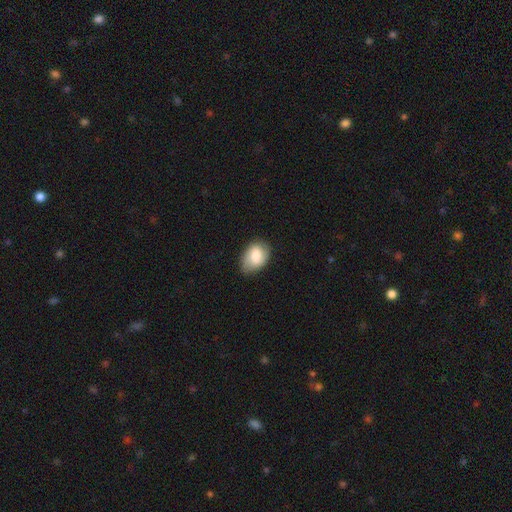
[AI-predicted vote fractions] Q: Smooth or featured?
A: smooth (75%); runner-up: featured or disk (18%)
Q: How rounded?
A: in between (79%); runner-up: round (20%)
Q: Merging?
A: none (70%); runner-up: minor disturbance (25%)